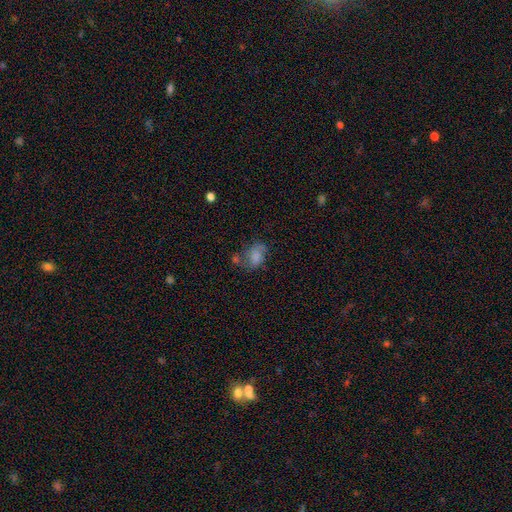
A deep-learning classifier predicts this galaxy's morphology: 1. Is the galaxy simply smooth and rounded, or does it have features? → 61% smooth, 27% featured or disk, 12% star or artifact.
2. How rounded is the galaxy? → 80% in between, 19% round, 2% cigar-shaped.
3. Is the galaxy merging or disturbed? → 39% none, 25% minor disturbance, 18% major disturbance, 17% merger.